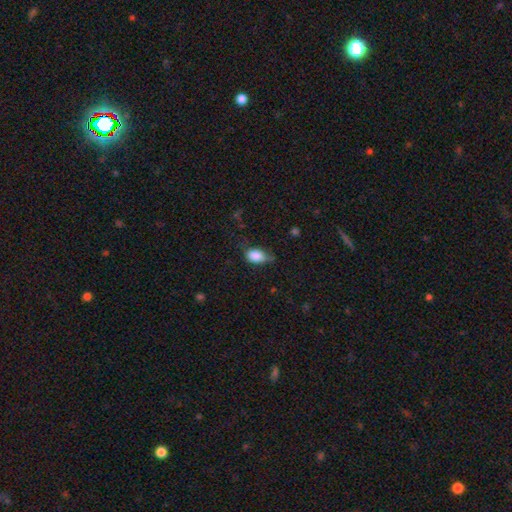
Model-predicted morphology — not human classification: A smooth galaxy with no disk features (85%) that is in between round and cigar-shaped (85%).

Vote fractions:
- Smooth or featured? smooth: 85% / star or artifact: 8% / featured or disk: 7%
- How rounded? in between: 85% / round: 13% / cigar-shaped: 2%
- Merging? none: 45% / minor disturbance: 39% / major disturbance: 13% / merger: 3%